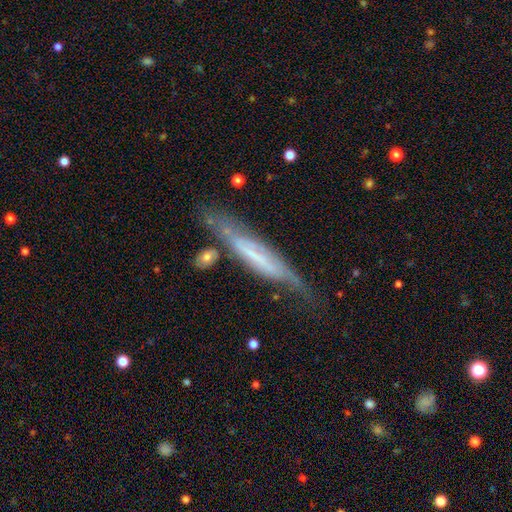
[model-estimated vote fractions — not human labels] Smooth or featured? featured or disk (69%)
Edge-on disk? yes (70%)
Merging? none (58%)